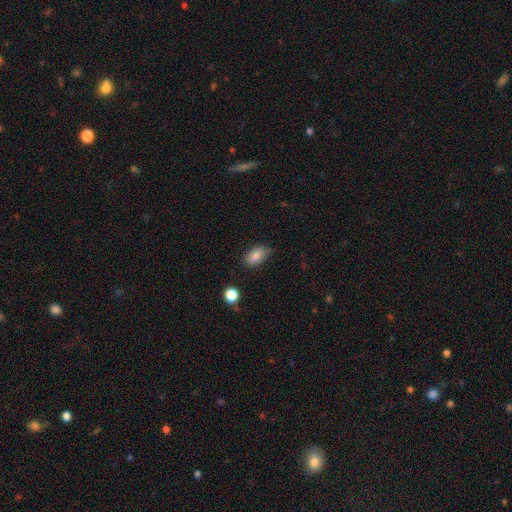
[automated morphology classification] This is clearly a smooth galaxy (83%). How rounded: clearly in between (90%). Merging: likely none (74%).